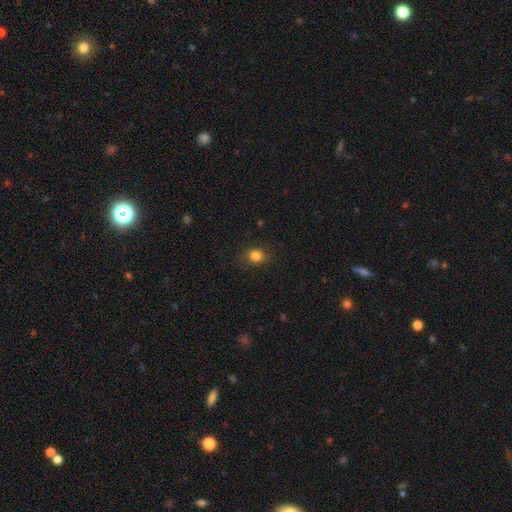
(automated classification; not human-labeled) Morphology: type=smooth (83%); roundness=round (69%); merging=none (86%).